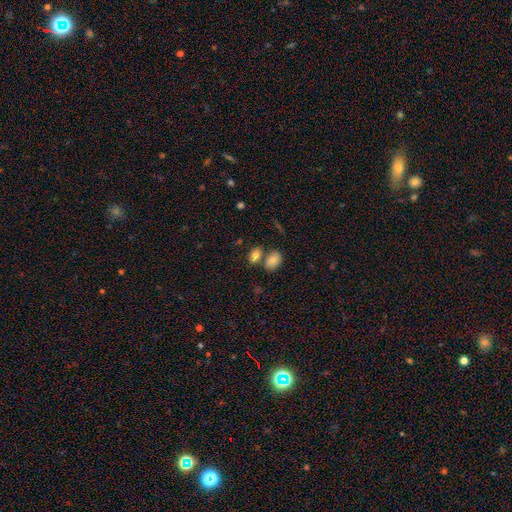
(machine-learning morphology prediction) Overall: smooth (80%). How rounded: in between (83%). Merging: none (54%; merger 32%).